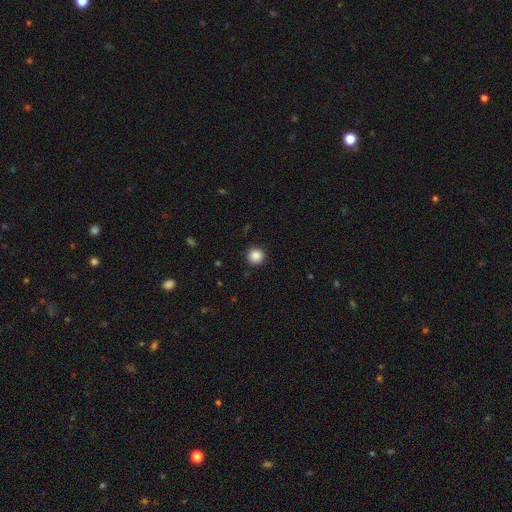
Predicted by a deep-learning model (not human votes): smooth-or-featured: smooth: 87% | star or artifact: 10% | featured or disk: 3%
  how-rounded: round: 94% | in between: 5% | cigar-shaped: 1%
  merging: none: 91% | minor disturbance: 6% | major disturbance: 2% | merger: 1%